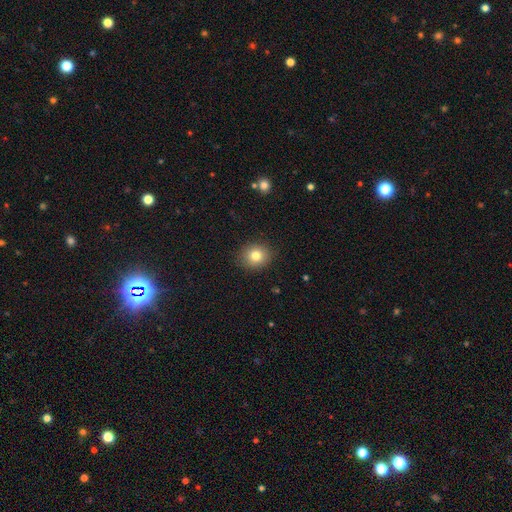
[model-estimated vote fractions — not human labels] Overall: smooth (80%). How rounded: round (76%). Merging: none (89%).